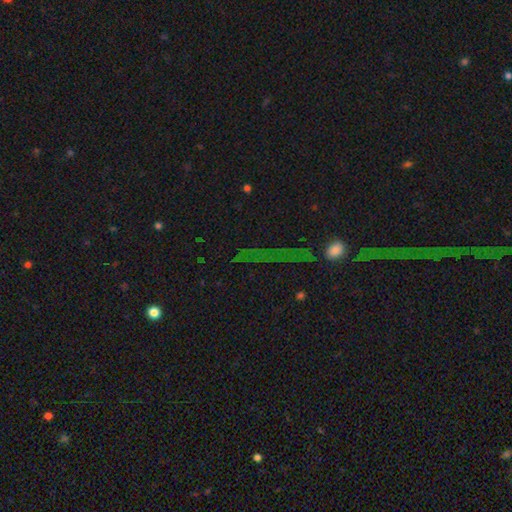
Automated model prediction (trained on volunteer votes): A star or artifact, not a galaxy (70%).